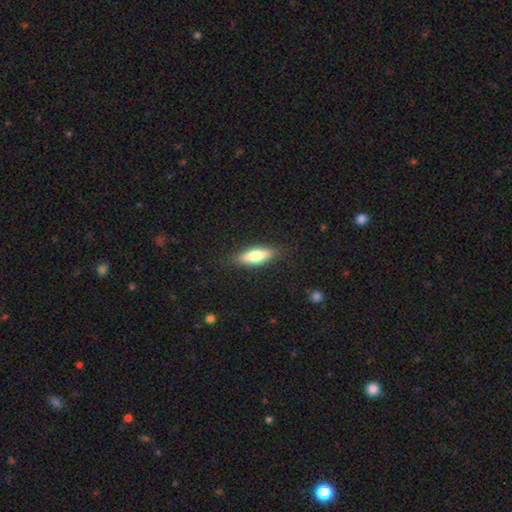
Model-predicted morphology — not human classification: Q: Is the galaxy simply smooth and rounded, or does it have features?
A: smooth — 68%.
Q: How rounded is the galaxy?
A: in between — 52%.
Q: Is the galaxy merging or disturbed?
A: none — 87%.